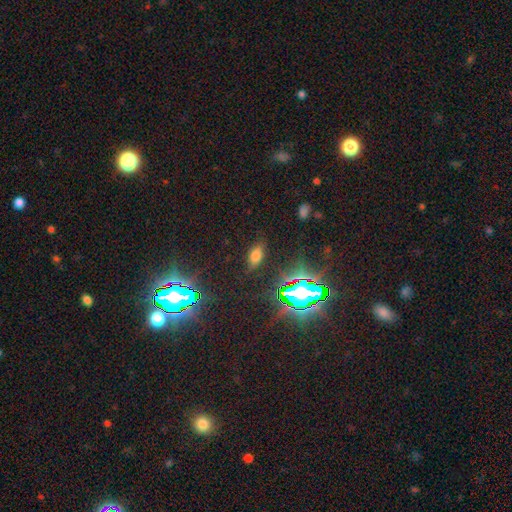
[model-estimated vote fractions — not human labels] smooth_or_featured: smooth (p=0.60) [alt: star or artifact p=0.31]
how_rounded: in between (p=0.87) [alt: cigar-shaped p=0.07]
merging: none (p=0.83) [alt: minor disturbance p=0.11]